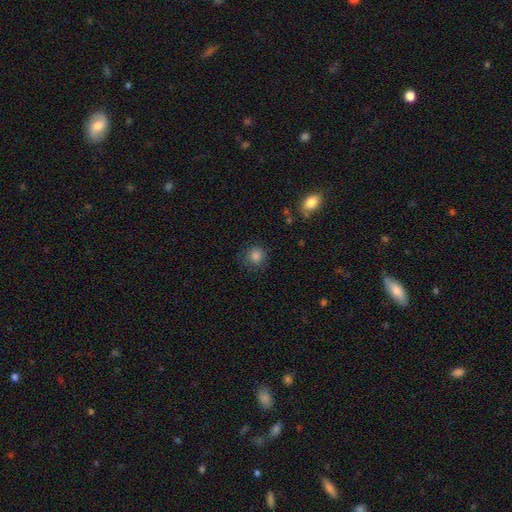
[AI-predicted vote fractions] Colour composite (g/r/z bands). It shows a smooth galaxy with no disk features (84%) that is round (91%). Merging: none (84%).